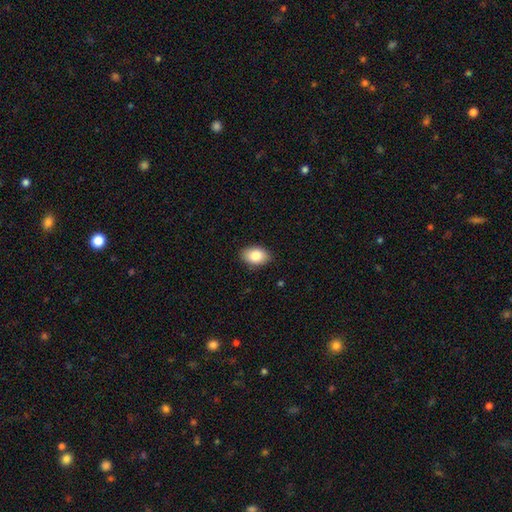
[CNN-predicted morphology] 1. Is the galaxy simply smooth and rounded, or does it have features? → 84% smooth, 8% featured or disk, 7% star or artifact.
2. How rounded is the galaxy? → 86% in between, 13% round, 1% cigar-shaped.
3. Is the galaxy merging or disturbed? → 88% none, 9% minor disturbance, 2% major disturbance, 1% merger.